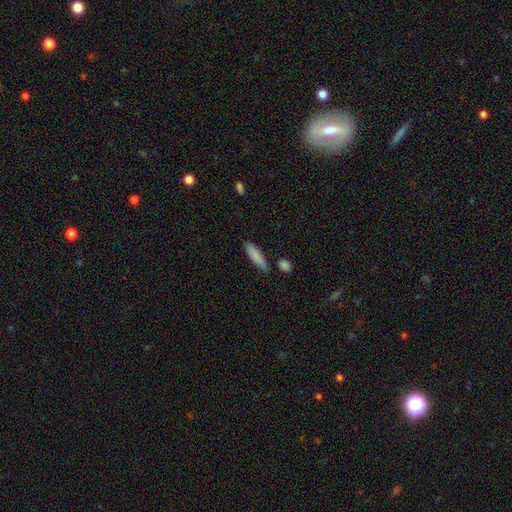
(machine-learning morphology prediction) Q: Smooth or featured?
A: smooth (84%); runner-up: featured or disk (10%)
Q: How rounded?
A: cigar-shaped (67%); runner-up: in between (31%)
Q: Merging?
A: none (78%); runner-up: minor disturbance (14%)